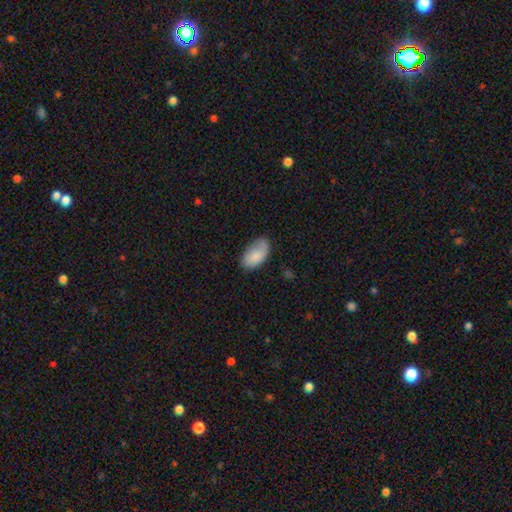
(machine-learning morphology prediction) A smooth galaxy with no disk features (79%) that is in between round and cigar-shaped (94%). Merging: none (61%).